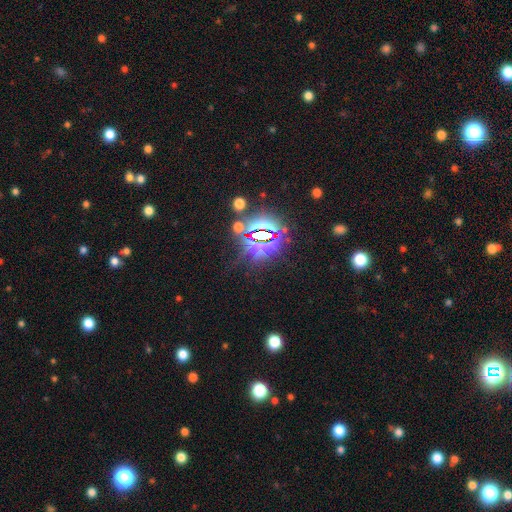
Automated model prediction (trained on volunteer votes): The model was most divided on "smooth or featured": star or artifact: 83%, smooth: 10%, featured or disk: 6%.